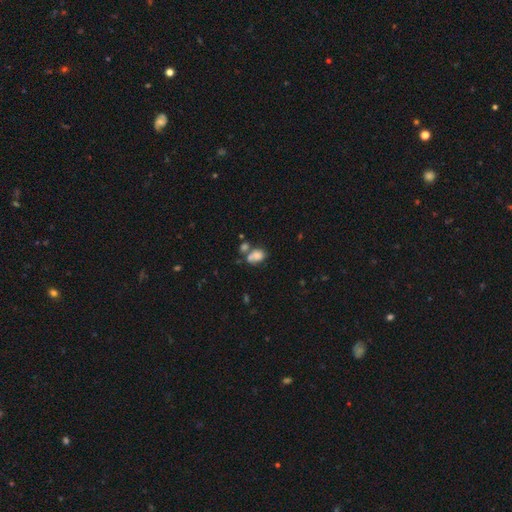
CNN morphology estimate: Q: Smooth or featured?
A: smooth (74%); runner-up: featured or disk (15%)
Q: How rounded?
A: in between (70%); runner-up: round (28%)
Q: Merging?
A: merger (48%); runner-up: none (31%)